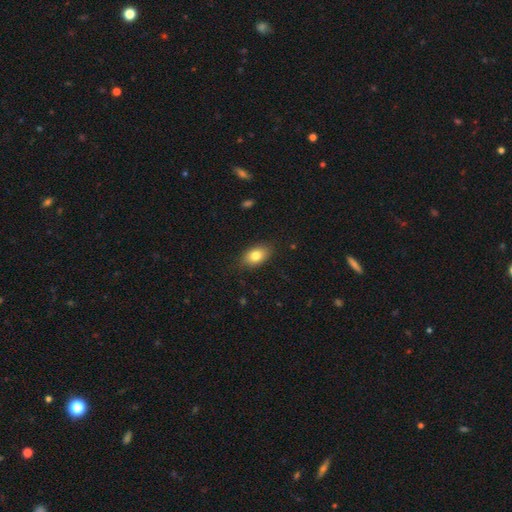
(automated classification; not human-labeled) Smooth or featured? smooth (81%)
How rounded? in between (87%)
Merging? none (84%)